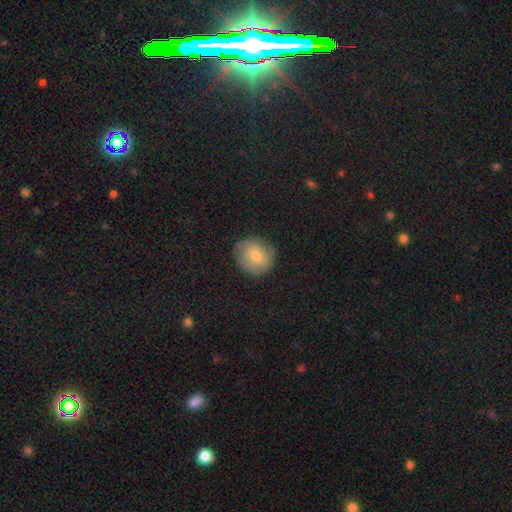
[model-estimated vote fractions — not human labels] smooth 67%, featured or disk 23%, star or artifact 10%. Down the decision tree: how rounded — round (85%); merging — none (79%).